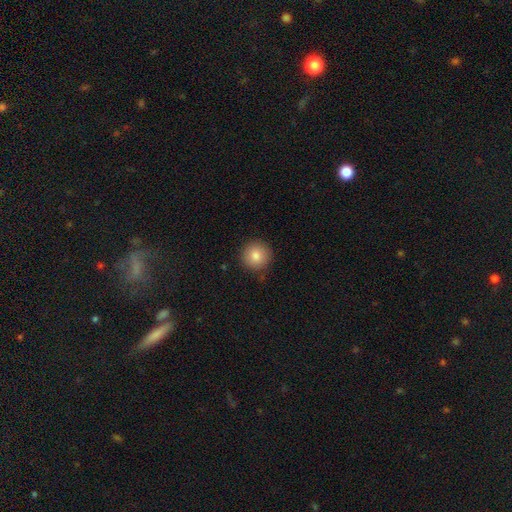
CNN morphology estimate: Overall: smooth (84%). How rounded: round (94%). Merging: none (89%).